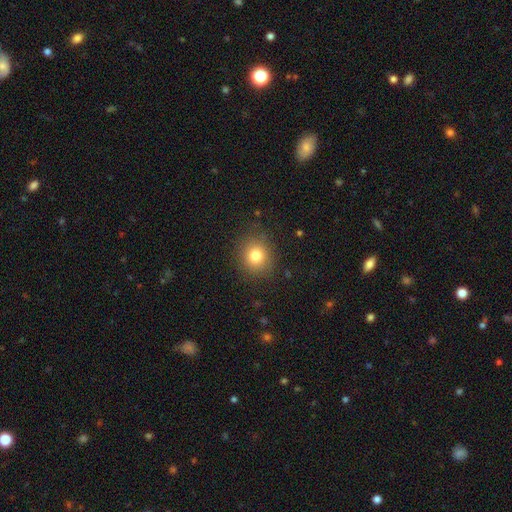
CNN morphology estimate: The model was most divided on "smooth or featured": smooth: 79%, star or artifact: 13%, featured or disk: 8%. More confident: merging — none (86%); how rounded — round (84%).